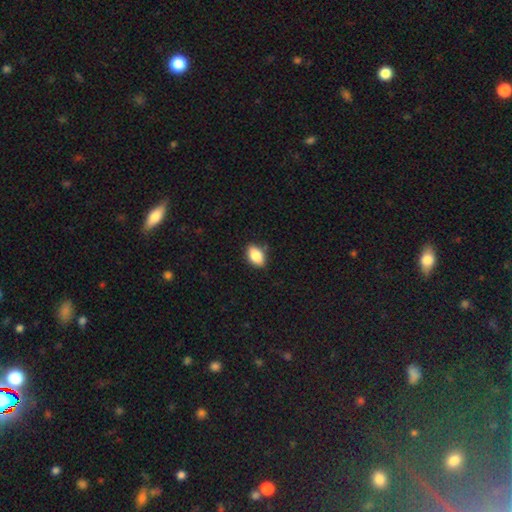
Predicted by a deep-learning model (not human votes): Overall: smooth (85%). How rounded: in between (89%). Merging: none (83%).